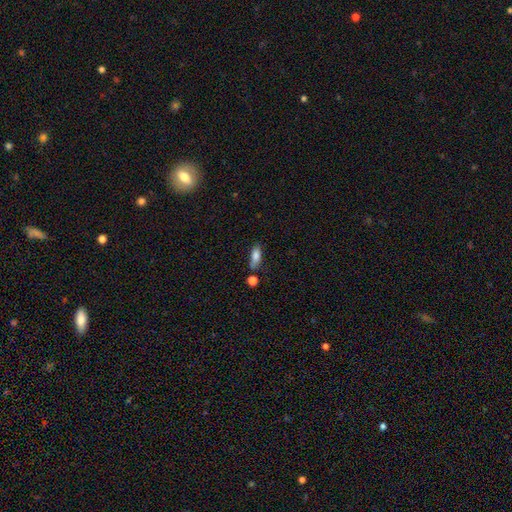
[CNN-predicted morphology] Overall: smooth (80%). How rounded: in between (76%). Merging: none (60%; minor disturbance 21%).